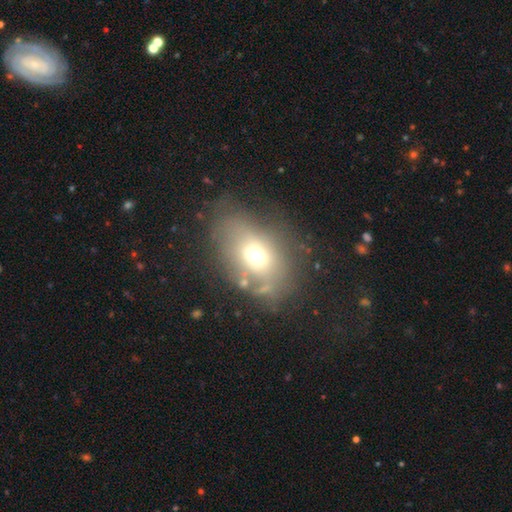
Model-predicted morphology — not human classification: smooth_or_featured: smooth (p=0.55) [alt: featured or disk p=0.30]
how_rounded: in between (p=0.74) [alt: round p=0.24]
merging: none (p=0.53) [alt: minor disturbance p=0.25]